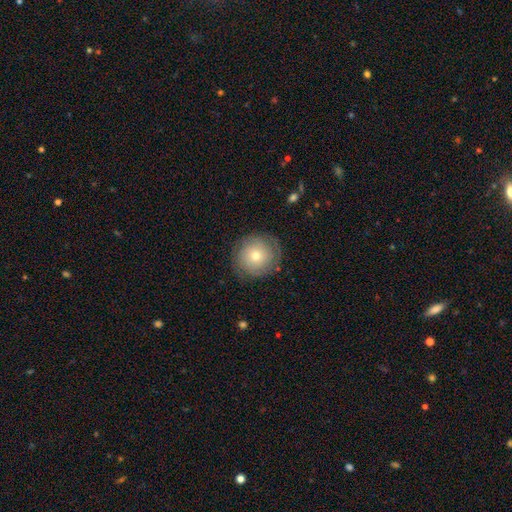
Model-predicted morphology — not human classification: smooth_or_featured: smooth (p=0.62) [alt: featured or disk p=0.29]
how_rounded: round (p=0.93) [alt: in between p=0.06]
merging: none (p=0.80) [alt: minor disturbance p=0.13]